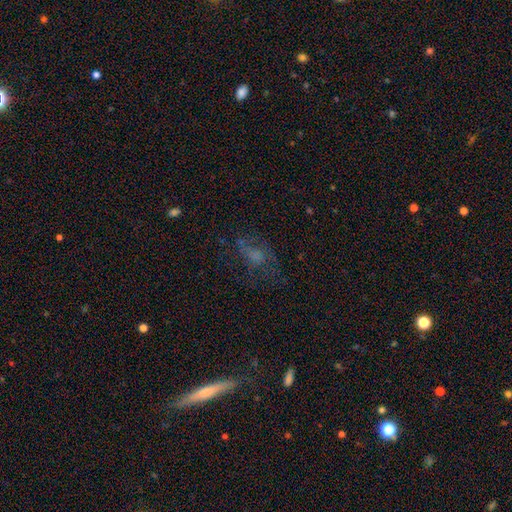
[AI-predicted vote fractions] Smooth or featured? smooth (41%)
Merging? none (47%)